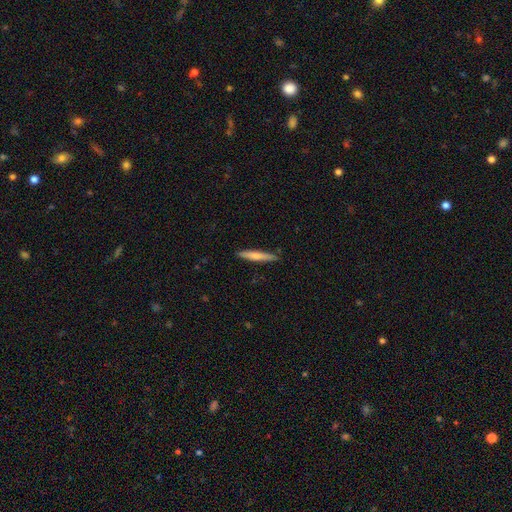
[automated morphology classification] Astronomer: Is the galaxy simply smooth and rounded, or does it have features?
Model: smooth — 66%.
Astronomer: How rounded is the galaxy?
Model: cigar-shaped — 94%.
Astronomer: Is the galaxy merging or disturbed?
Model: none — 89%.